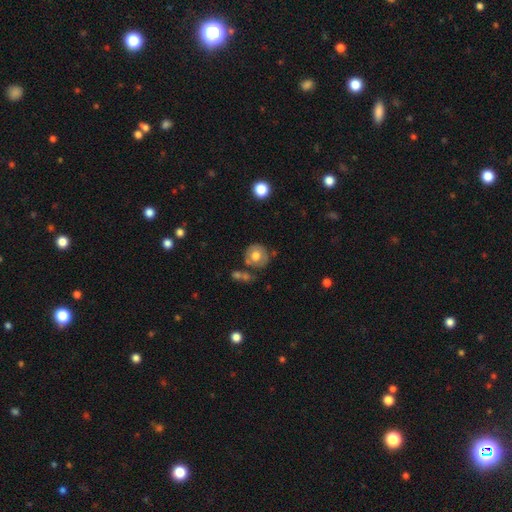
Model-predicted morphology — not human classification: Smooth or featured? Predicted: smooth (p=0.62). How rounded? Predicted: round (p=0.88). Merging? Predicted: none (p=0.67).